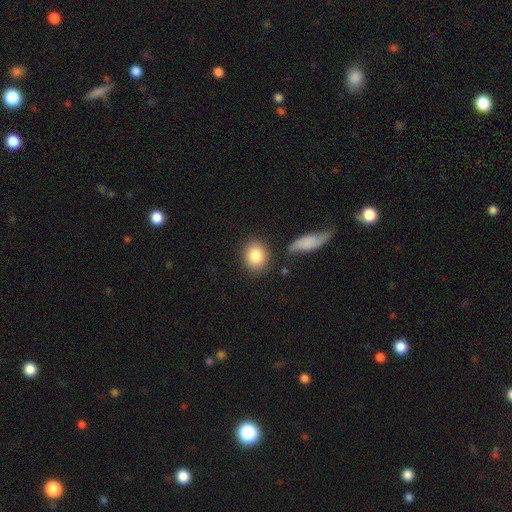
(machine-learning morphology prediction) A smooth galaxy with no disk features (84%) that is round (61%).

Vote fractions:
- Smooth or featured? smooth: 84% / featured or disk: 8% / star or artifact: 7%
- How rounded? round: 61% / in between: 37% / cigar-shaped: 2%
- Merging? none: 81% / minor disturbance: 10% / merger: 6% / major disturbance: 3%